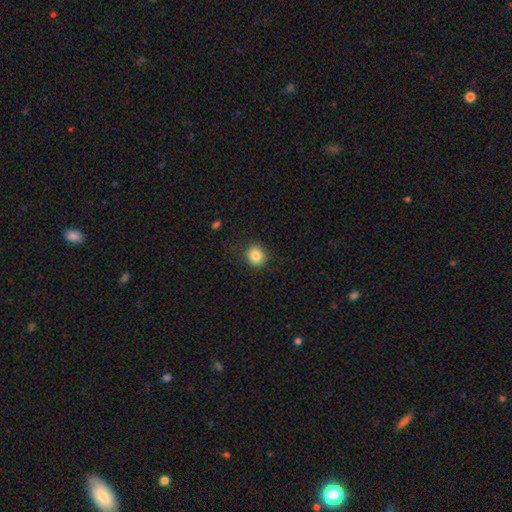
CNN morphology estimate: smooth_or_featured: smooth (p=0.85) [alt: star or artifact p=0.10]
how_rounded: round (p=0.84) [alt: in between p=0.15]
merging: none (p=0.85) [alt: minor disturbance p=0.10]